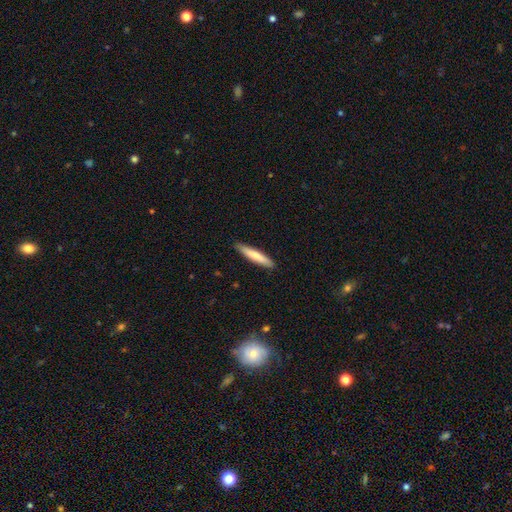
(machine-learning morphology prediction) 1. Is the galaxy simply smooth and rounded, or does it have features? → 72% smooth, 23% featured or disk, 5% star or artifact.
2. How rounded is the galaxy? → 91% cigar-shaped, 8% in between, 1% round.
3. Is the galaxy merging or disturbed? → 90% none, 8% minor disturbance, 1% major disturbance, 1% merger.